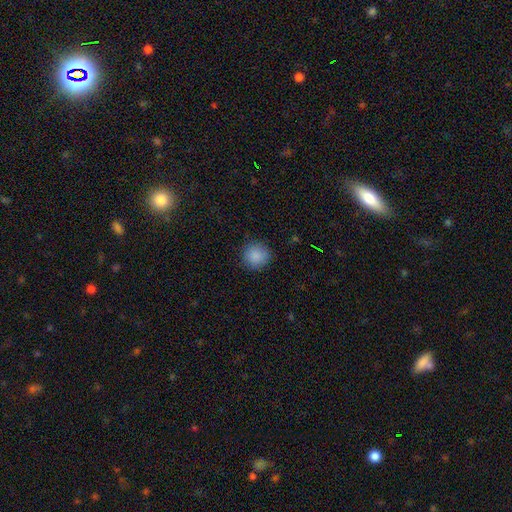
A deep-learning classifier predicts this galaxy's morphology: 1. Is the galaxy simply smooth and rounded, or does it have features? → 88% smooth, 9% star or artifact, 3% featured or disk.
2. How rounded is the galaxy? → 94% round, 5% in between, 1% cigar-shaped.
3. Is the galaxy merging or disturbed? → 89% none, 8% minor disturbance, 2% major disturbance, 1% merger.